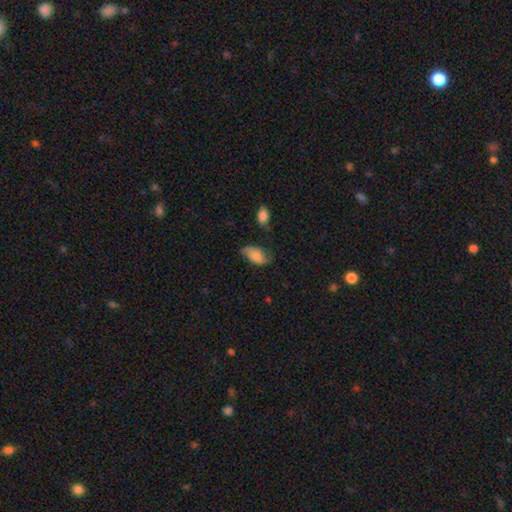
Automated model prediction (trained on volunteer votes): Smooth or featured?
  - smooth: 66% *
  - featured or disk: 26%
  - star or artifact: 8%
How rounded?
  - in between: 92% *
  - round: 6%
  - cigar-shaped: 2%
Merging?
  - none: 57% *
  - minor disturbance: 30%
  - major disturbance: 10%
  - merger: 3%